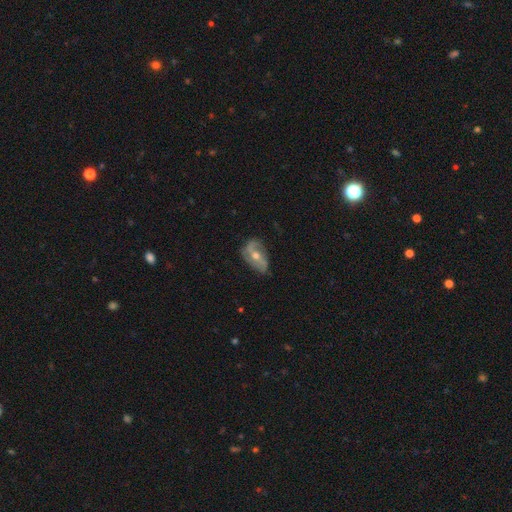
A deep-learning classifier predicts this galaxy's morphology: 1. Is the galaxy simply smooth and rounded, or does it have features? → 72% featured or disk, 20% smooth, 9% star or artifact.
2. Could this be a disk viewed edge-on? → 93% no, 7% yes.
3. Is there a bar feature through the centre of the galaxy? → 43% no, 35% weak, 21% strong.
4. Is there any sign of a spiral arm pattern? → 80% yes, 20% no.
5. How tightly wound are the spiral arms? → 42% loose, 37% medium, 21% tight.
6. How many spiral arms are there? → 67% 2, 16% can't tell, 7% 3, 6% 1, 2% 4, 2% more than 4.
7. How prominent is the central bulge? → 63% moderate, 32% small, 3% large, 1% none, 1% dominant.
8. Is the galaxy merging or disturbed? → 60% none, 27% minor disturbance, 11% major disturbance, 2% merger.